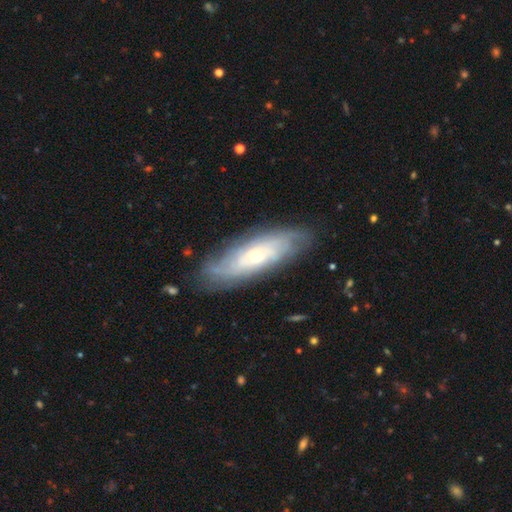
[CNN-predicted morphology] This is likely a featured or disk galaxy (73%). It is clearly not viewed edge-on (81%). Bar: likely no (75%). Spiral arm pattern: clearly yes (87%). Spiral arm count: possibly can't tell (60%). Spiral winding: likely tight (68%). Central bulge: likely small (62%). Merging: likely none (79%).